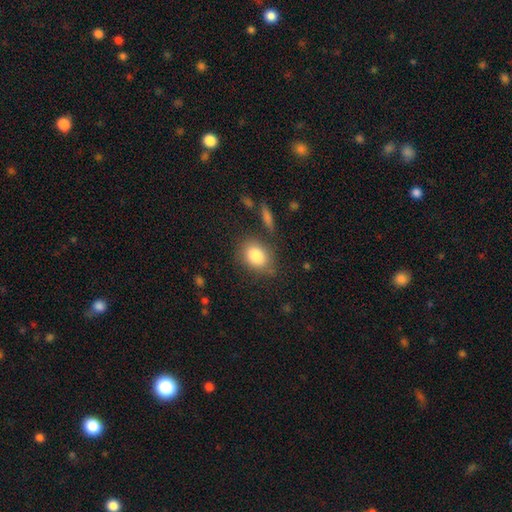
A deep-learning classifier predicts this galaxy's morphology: Smooth or featured? smooth (83%)
How rounded? in between (65%)
Merging? none (76%)